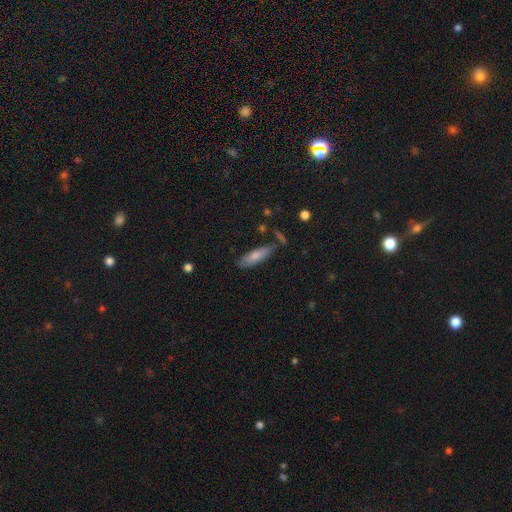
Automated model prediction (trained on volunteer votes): smooth 74%, featured or disk 20%, star or artifact 6%. Down the decision tree: how rounded — cigar-shaped (57%); merging — none (73%).